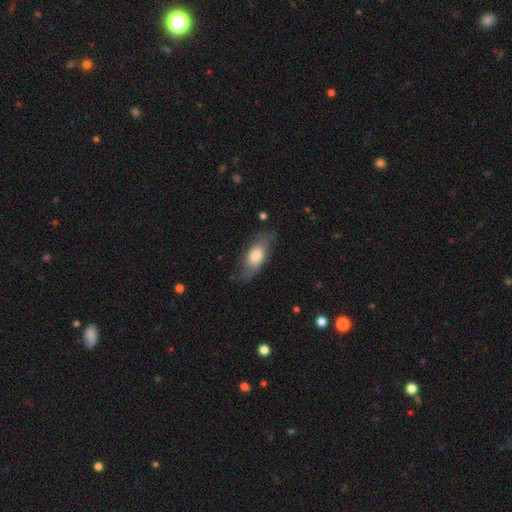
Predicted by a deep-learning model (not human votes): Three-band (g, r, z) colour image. It shows a smooth galaxy with no disk features (66%) that is in between round and cigar-shaped (80%). Merging: none (68%).